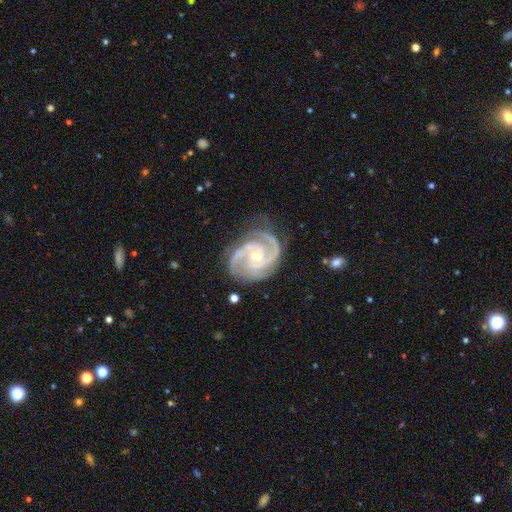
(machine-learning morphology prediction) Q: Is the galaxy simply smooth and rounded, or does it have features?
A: featured or disk — 94%.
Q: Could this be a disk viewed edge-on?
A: no — 98%.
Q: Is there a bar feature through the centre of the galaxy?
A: no — 62%.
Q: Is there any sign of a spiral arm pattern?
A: yes — 99%.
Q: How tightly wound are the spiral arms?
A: tight — 58%.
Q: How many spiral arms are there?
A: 2 — 48%.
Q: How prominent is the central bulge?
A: small — 55%.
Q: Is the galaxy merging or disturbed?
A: none — 74%.